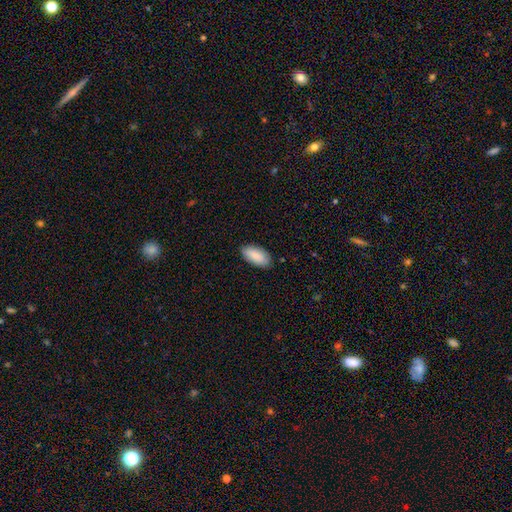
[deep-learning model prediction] A smooth galaxy with no disk features (89%) that is in between round and cigar-shaped (93%). Merging: none (86%).